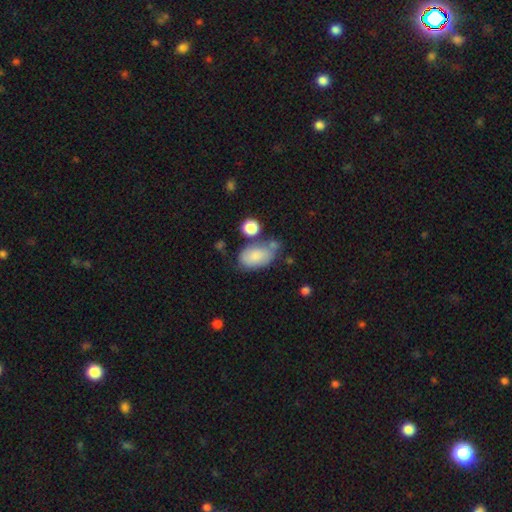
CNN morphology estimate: A smooth galaxy with no disk features (78%) that is in between round and cigar-shaped (91%).

Vote fractions:
- Smooth or featured? smooth: 78% / featured or disk: 15% / star or artifact: 8%
- How rounded? in between: 91% / round: 7% / cigar-shaped: 2%
- Merging? none: 48% / minor disturbance: 26% / merger: 17% / major disturbance: 10%